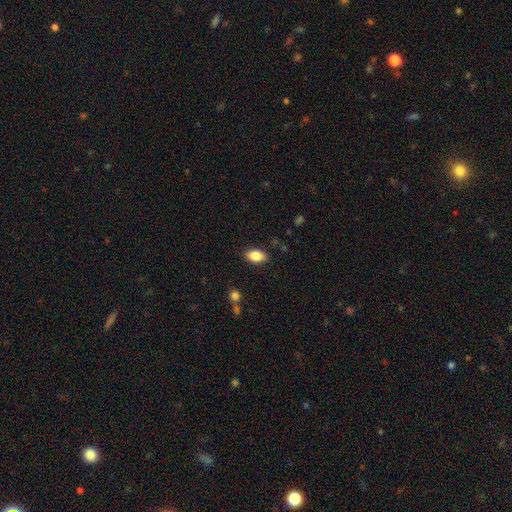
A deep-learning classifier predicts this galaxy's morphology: type=smooth (83%); roundness=in between (90%); merging=none (87%).